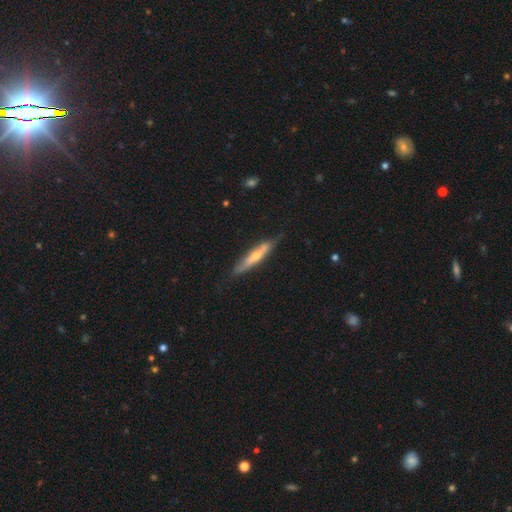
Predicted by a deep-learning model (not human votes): smooth-or-featured: featured or disk: 56% | smooth: 38% | star or artifact: 6%
  disk-edge-on: yes: 82% | no: 18%
  merging: none: 74% | minor disturbance: 19% | major disturbance: 4% | merger: 2%